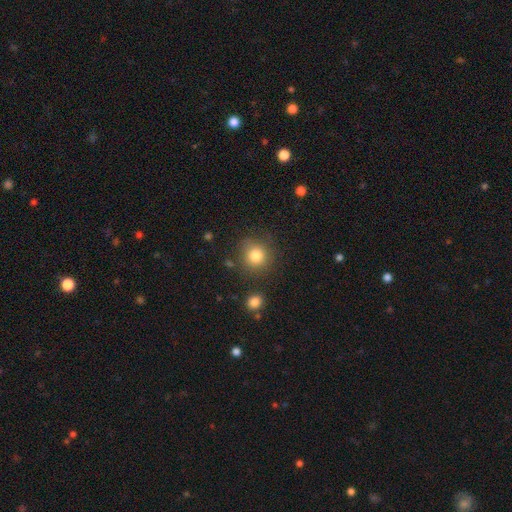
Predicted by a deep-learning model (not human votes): smooth_or_featured: smooth (p=0.82) [alt: star or artifact p=0.11]
how_rounded: round (p=0.90) [alt: in between p=0.09]
merging: none (p=0.80) [alt: minor disturbance p=0.12]